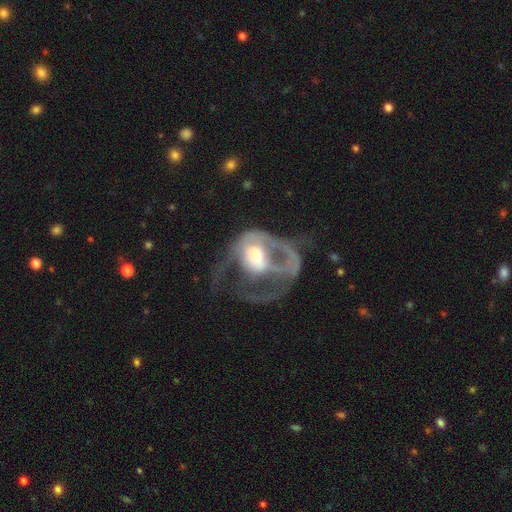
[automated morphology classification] This appears to be a featured or disk galaxy (69%) with no bar (61%), spiral arms (54%) and a moderate central bulge (52%). Merging: major disturbance (66%).